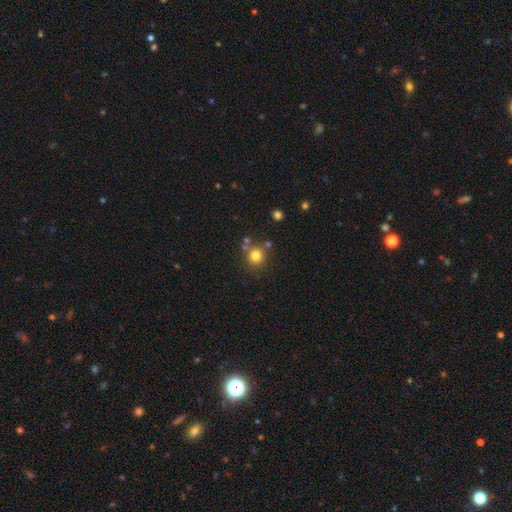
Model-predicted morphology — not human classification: Overall: smooth (78%). How rounded: round (92%). Merging: none (74%).